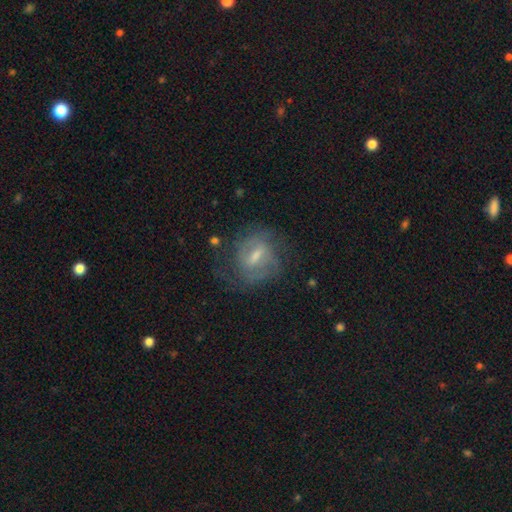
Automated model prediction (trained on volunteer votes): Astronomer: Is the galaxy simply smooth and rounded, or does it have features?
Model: featured or disk — 68%.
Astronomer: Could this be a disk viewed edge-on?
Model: no — 94%.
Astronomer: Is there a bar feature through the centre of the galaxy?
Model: weak — 54% (runner-up: strong, 31%).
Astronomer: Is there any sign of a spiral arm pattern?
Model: yes — 78%.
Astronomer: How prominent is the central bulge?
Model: moderate — 42% (runner-up: small, 39%).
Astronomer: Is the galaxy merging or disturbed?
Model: none — 62%.